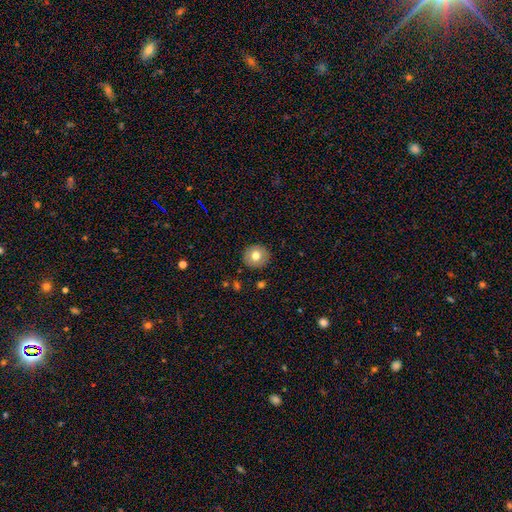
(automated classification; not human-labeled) Smooth or featured? smooth (75%)
How rounded? round (91%)
Merging? none (91%)